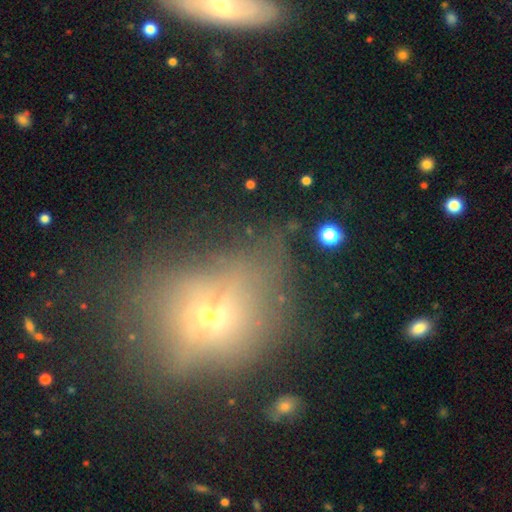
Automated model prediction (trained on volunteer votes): A smooth galaxy with no disk features (41%). Merging: none (52%).